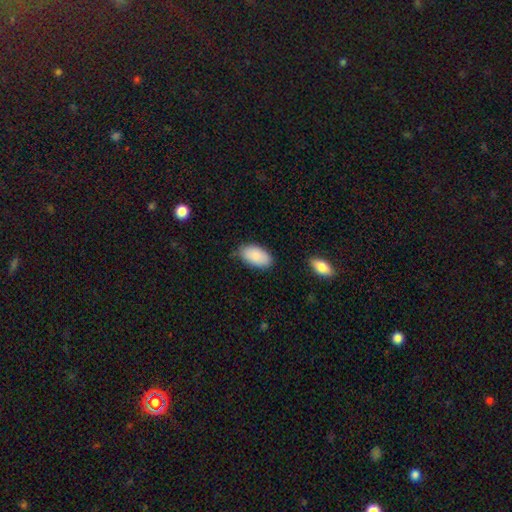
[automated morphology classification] smooth-or-featured: smooth: 87% | featured or disk: 7% | star or artifact: 6%
  how-rounded: in between: 95% | round: 3% | cigar-shaped: 2%
  merging: none: 79% | minor disturbance: 17% | major disturbance: 3% | merger: 2%